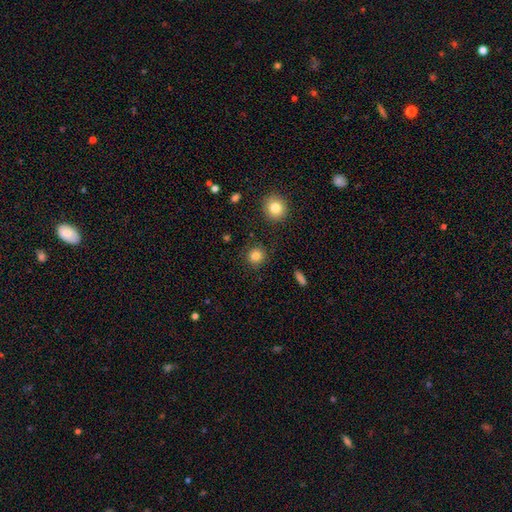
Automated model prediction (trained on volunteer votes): Smooth or featured? Predicted: smooth (p=0.83). How rounded? Predicted: round (p=0.92). Merging? Predicted: none (p=0.89).